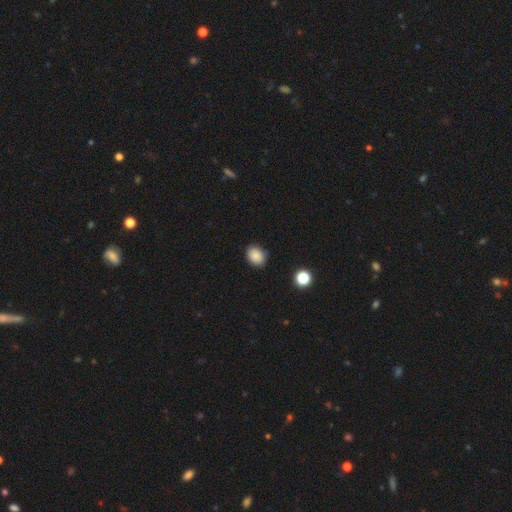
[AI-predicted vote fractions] smooth_or_featured: smooth (p=0.87) [alt: star or artifact p=0.10]
how_rounded: in between (p=0.62) [alt: round p=0.37]
merging: none (p=0.86) [alt: minor disturbance p=0.11]